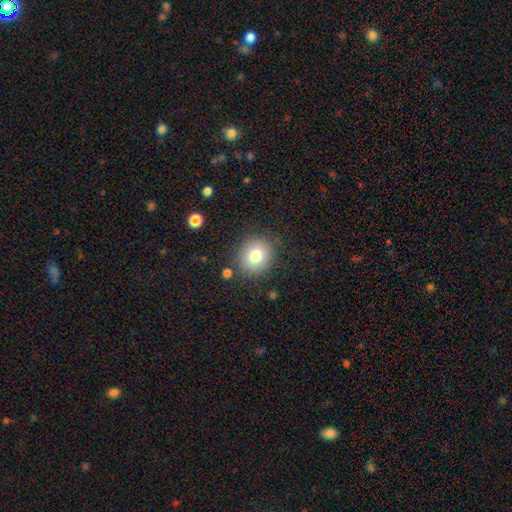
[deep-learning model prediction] smooth 78%, star or artifact 11%, featured or disk 11%. Down the decision tree: how rounded — round (82%); merging — none (84%).